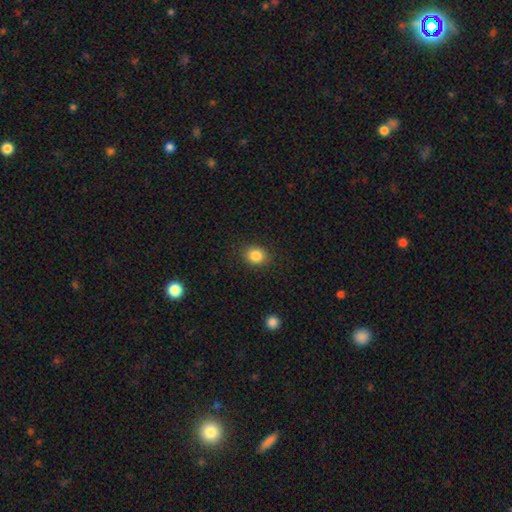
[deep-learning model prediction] The model was most divided on "how rounded": round: 63%, in between: 36%, cigar-shaped: 1%. More confident: merging — none (88%); smooth or featured — smooth (85%).